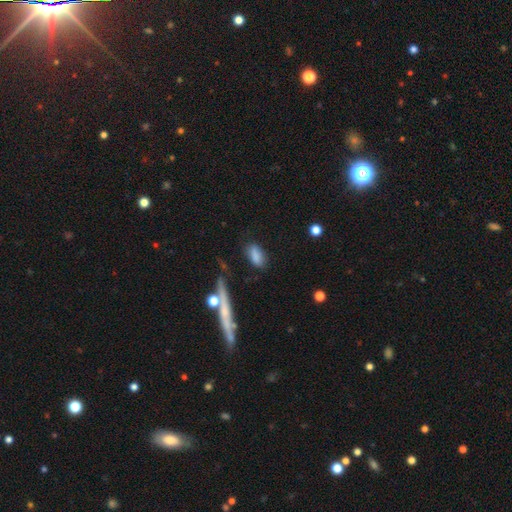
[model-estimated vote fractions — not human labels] Morphology: type=smooth (82%); roundness=in between (85%); merging=none (74%).